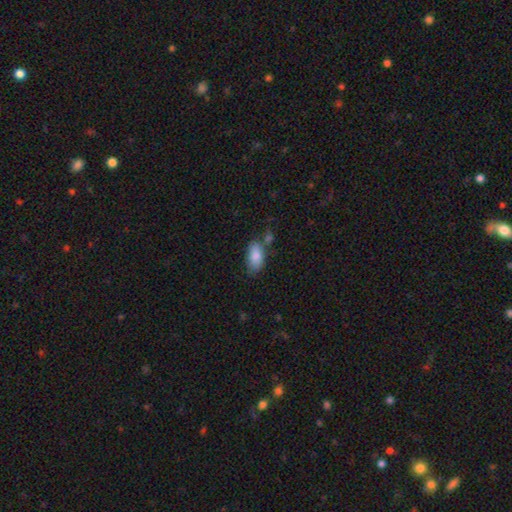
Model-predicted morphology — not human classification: The model was most divided on "merging": none: 59%, minor disturbance: 21%, merger: 14%, major disturbance: 6%. More confident: how rounded — in between (91%); smooth or featured — smooth (85%).